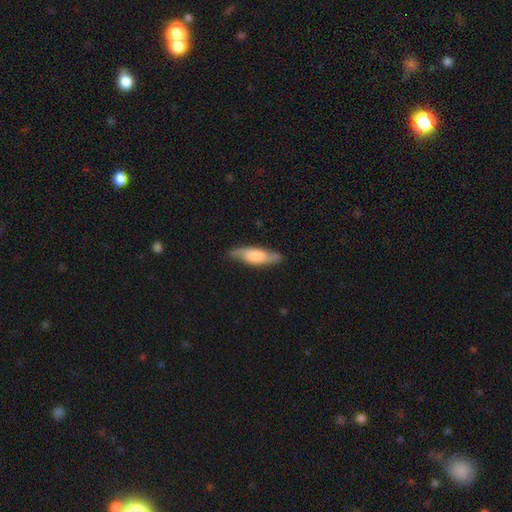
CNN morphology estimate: This appears to be a smooth galaxy with no disk features (59%) that is cigar-shaped (53%). Merging: none (80%).